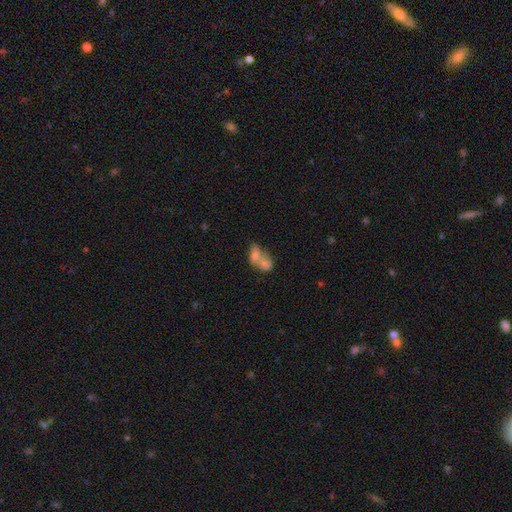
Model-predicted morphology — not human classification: smooth_or_featured: smooth (p=0.68) [alt: featured or disk p=0.22]
how_rounded: in between (p=0.78) [alt: round p=0.20]
merging: merger (p=0.73) [alt: none p=0.15]